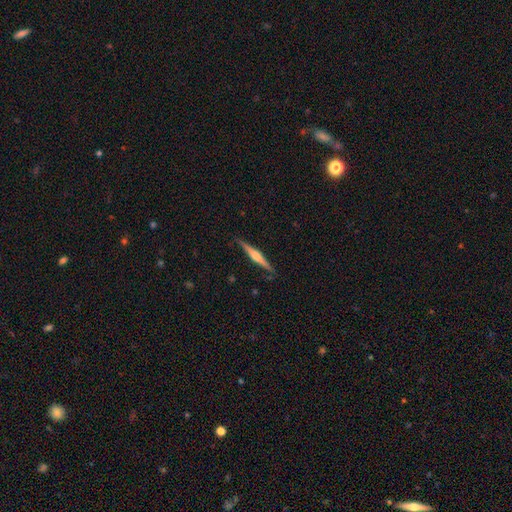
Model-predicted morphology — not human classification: type=featured or disk (73%); edge-on=yes (98%); edge-on bulge=rounded (82%); merging=none (88%).